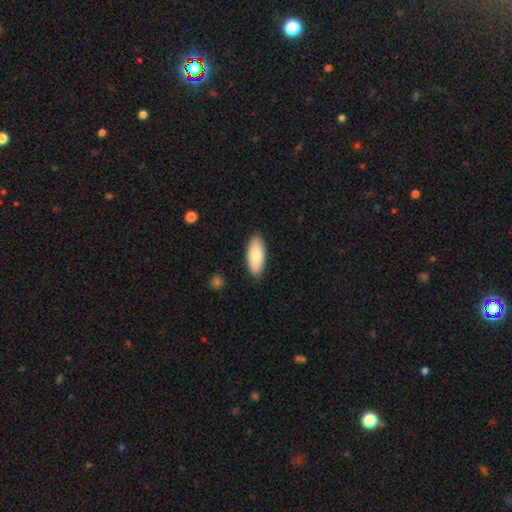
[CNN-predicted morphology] smooth-or-featured: smooth: 80% | featured or disk: 15% | star or artifact: 5%
  how-rounded: in between: 87% | cigar-shaped: 11% | round: 2%
  merging: none: 87% | minor disturbance: 10% | major disturbance: 2% | merger: 1%